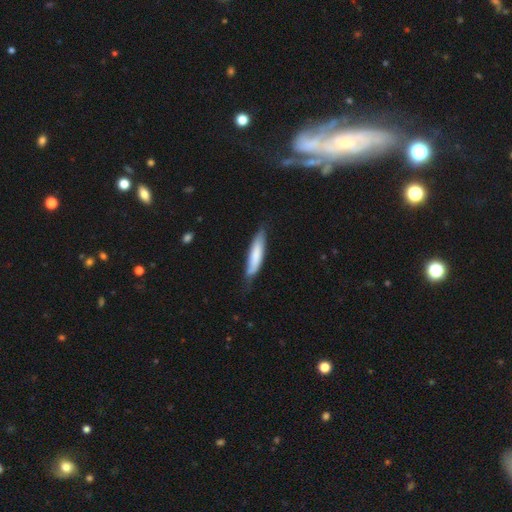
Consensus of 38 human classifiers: smooth 66%, featured or disk 29%, star or artifact 5%. Down the decision tree: how rounded — cigar-shaped (92%); merging — none (56%).